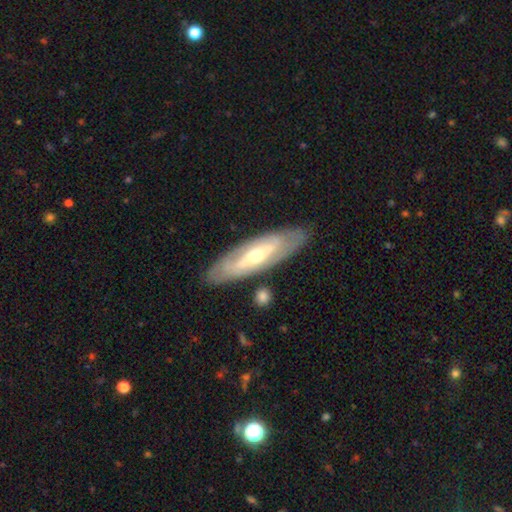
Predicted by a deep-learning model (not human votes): Smooth or featured?
  - featured or disk: 71% *
  - smooth: 24%
  - star or artifact: 5%
Edge-on disk?
  - no: 71% *
  - yes: 29%
Bar?
  - no: 41% *
  - weak: 30%
  - strong: 29%
Spiral arms?
  - no: 53% *
  - yes: 47%
Bulge size?
  - moderate: 66% *
  - small: 27%
  - large: 5%
  - dominant: 1%
  - none: 1%
Merging?
  - none: 83% *
  - minor disturbance: 11%
  - major disturbance: 3%
  - merger: 2%